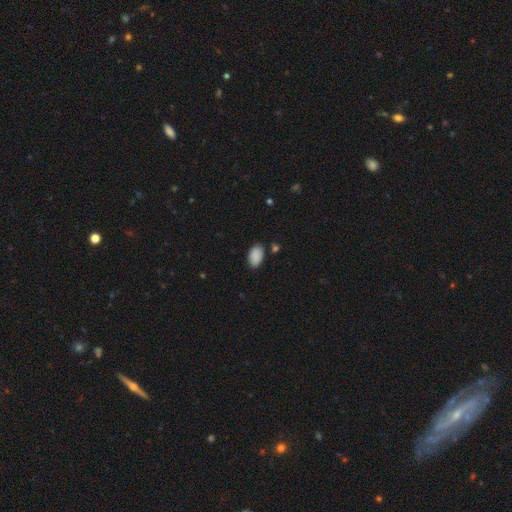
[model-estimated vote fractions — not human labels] Smooth or featured?
  - smooth: 88% *
  - star or artifact: 7%
  - featured or disk: 4%
How rounded?
  - in between: 94% *
  - round: 5%
  - cigar-shaped: 1%
Merging?
  - none: 81% *
  - minor disturbance: 13%
  - merger: 3%
  - major disturbance: 3%